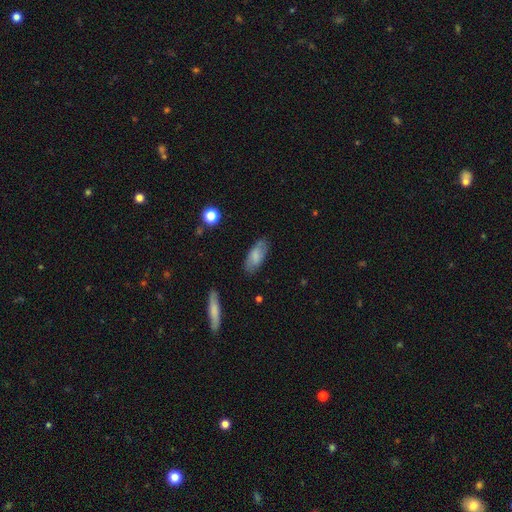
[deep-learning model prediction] Q: Smooth or featured?
A: smooth (76%); runner-up: featured or disk (17%)
Q: How rounded?
A: in between (85%); runner-up: cigar-shaped (13%)
Q: Merging?
A: none (79%); runner-up: minor disturbance (16%)